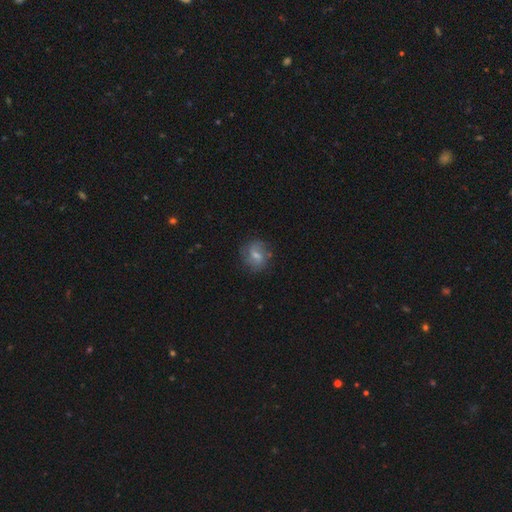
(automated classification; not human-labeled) Overall: featured or disk (49%; smooth 42%). Merging: none (73%).